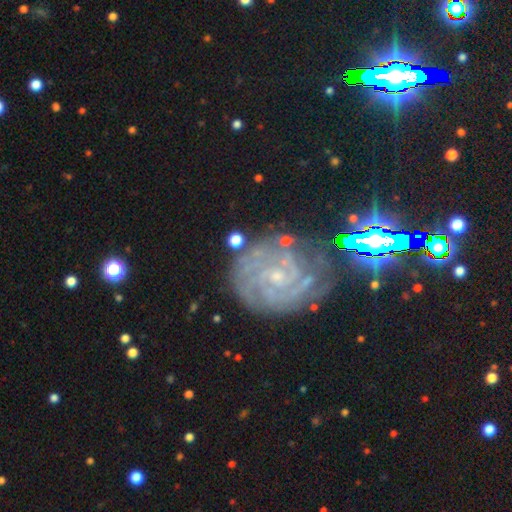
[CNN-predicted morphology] Smooth or featured? featured or disk (84%)
Edge-on disk? no (98%)
Bar? no (67%)
Spiral arms? yes (97%)
Spiral winding? tight (77%)
Spiral arm count? can't tell (26%)
Bulge size? small (76%)
Merging? none (73%)